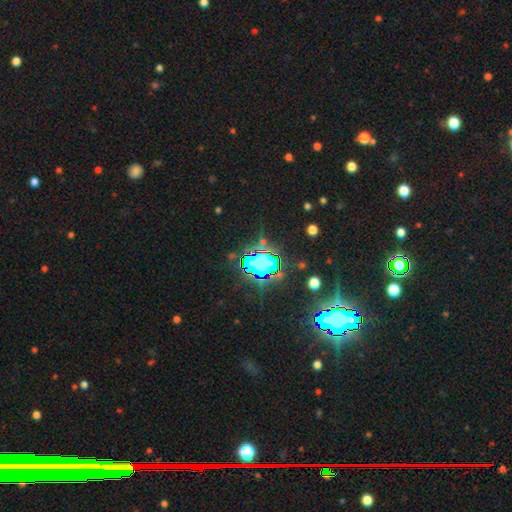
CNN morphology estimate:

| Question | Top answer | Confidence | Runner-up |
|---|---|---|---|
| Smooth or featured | star or artifact | 64% | smooth (23%) |